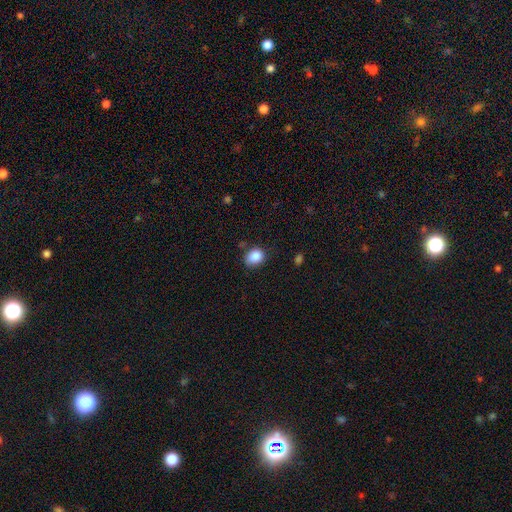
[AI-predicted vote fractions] smooth-or-featured: smooth: 85% | star or artifact: 9% | featured or disk: 5%
  how-rounded: round: 50% | in between: 49% | cigar-shaped: 1%
  merging: none: 70% | minor disturbance: 22% | major disturbance: 5% | merger: 3%